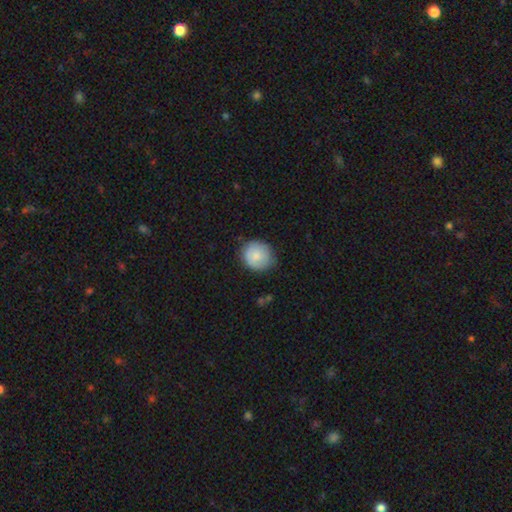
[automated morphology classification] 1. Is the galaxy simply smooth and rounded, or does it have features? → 82% smooth, 11% featured or disk, 7% star or artifact.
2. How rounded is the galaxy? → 83% round, 16% in between, 1% cigar-shaped.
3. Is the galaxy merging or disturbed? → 76% none, 19% minor disturbance, 4% major disturbance, 1% merger.